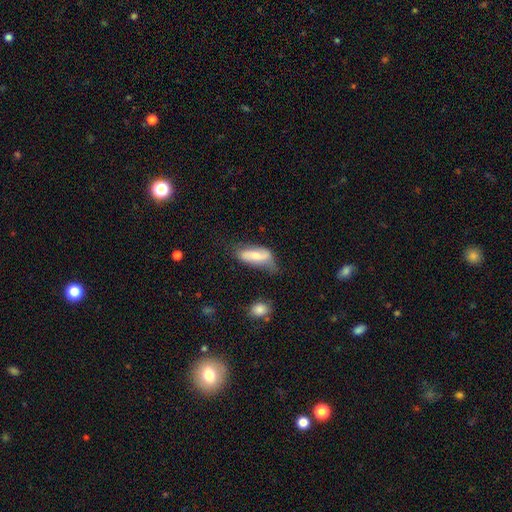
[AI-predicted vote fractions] A smooth galaxy with no disk features (58%) that is in between round and cigar-shaped (73%).

Vote fractions:
- Smooth or featured? smooth: 58% / featured or disk: 35% / star or artifact: 7%
- How rounded? in between: 73% / cigar-shaped: 24% / round: 3%
- Merging? none: 39% / minor disturbance: 37% / major disturbance: 18% / merger: 5%